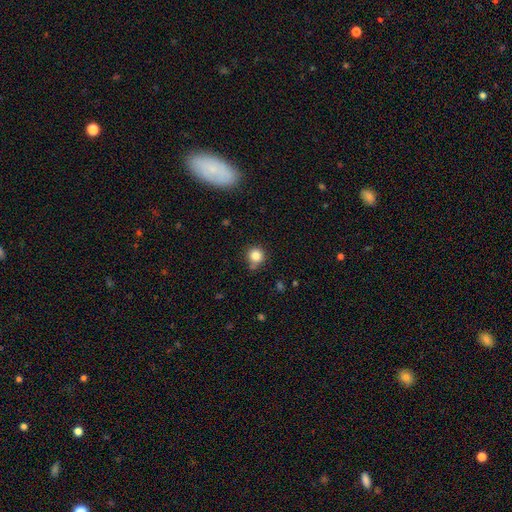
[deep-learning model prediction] Morphology: type=smooth (83%); roundness=round (93%); merging=none (74%).